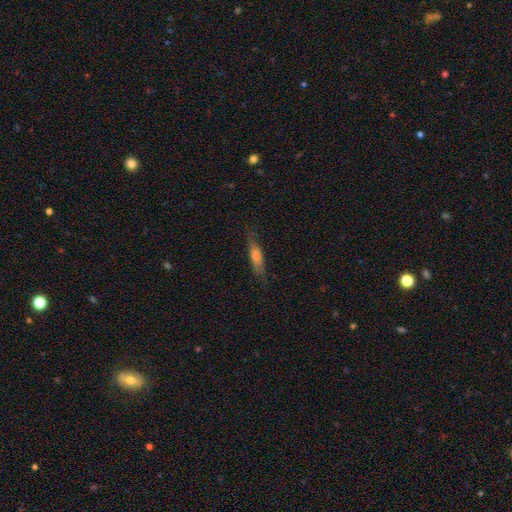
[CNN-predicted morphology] A smooth galaxy with no disk features (59%) that is cigar-shaped (72%).

Vote fractions:
- Smooth or featured? smooth: 59% / featured or disk: 33% / star or artifact: 8%
- How rounded? cigar-shaped: 72% / in between: 26% / round: 2%
- Merging? none: 77% / minor disturbance: 18% / major disturbance: 5% / merger: 1%